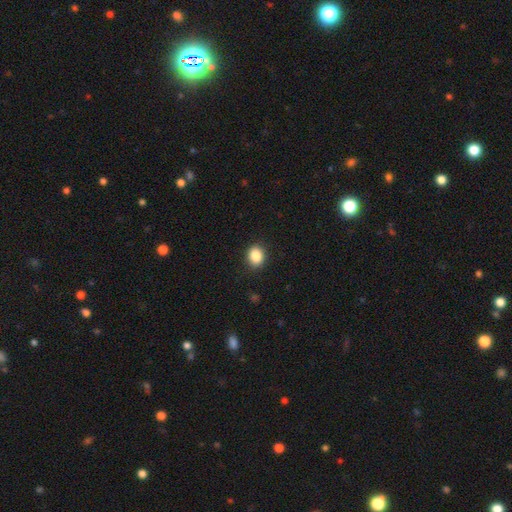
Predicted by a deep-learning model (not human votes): Smooth or featured? smooth (86%)
How rounded? round (54%)
Merging? none (89%)